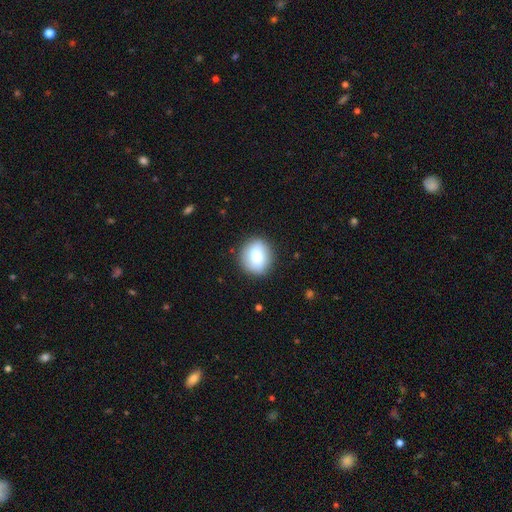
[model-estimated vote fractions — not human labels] Smooth or featured?
  - smooth: 76% *
  - featured or disk: 16%
  - star or artifact: 8%
How rounded?
  - round: 76% *
  - in between: 23%
  - cigar-shaped: 1%
Merging?
  - none: 88% *
  - minor disturbance: 9%
  - major disturbance: 3%
  - merger: 1%